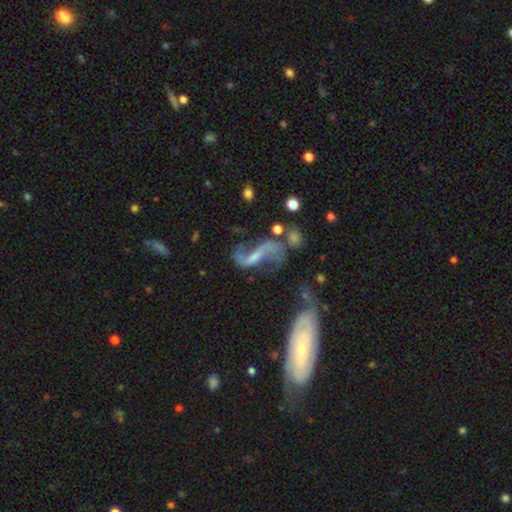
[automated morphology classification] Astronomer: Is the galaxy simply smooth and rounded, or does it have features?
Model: featured or disk — 82%.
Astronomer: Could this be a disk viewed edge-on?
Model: no — 95%.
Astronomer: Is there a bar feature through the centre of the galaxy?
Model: weak — 42% (runner-up: strong, 29%).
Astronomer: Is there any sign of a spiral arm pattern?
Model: yes — 92%.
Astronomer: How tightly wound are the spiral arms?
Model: loose — 84%.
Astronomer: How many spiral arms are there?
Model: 2 — 91%.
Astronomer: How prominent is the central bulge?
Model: small — 43% (runner-up: none, 32%).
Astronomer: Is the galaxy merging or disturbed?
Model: none — 44% (runner-up: major disturbance, 20%).